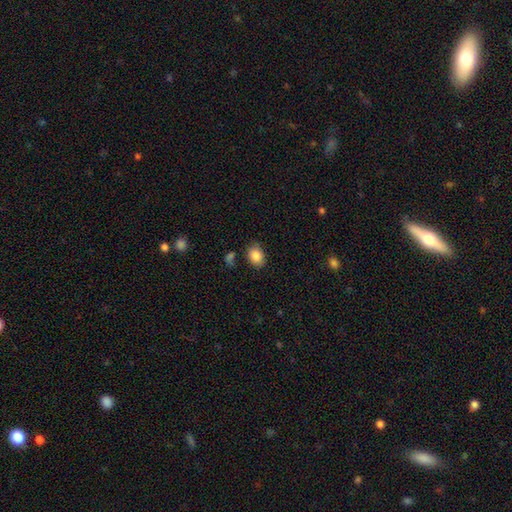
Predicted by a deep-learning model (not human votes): This is clearly a smooth galaxy (86%). How rounded: likely in between (63%). Merging: likely none (77%).